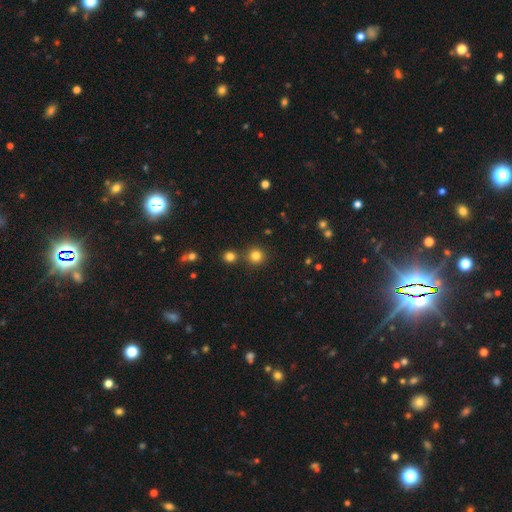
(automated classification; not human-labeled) Smooth or featured: smooth — 81% (star or artifact — 14%)
How rounded: round — 94% (in between — 5%)
Merging: none — 82% (merger — 10%)